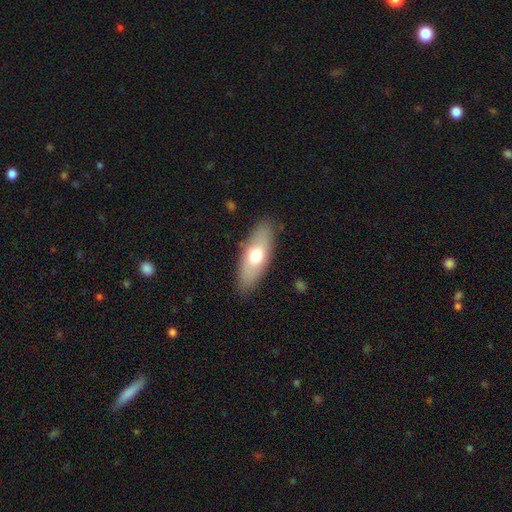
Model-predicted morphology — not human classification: Smooth or featured? Predicted: smooth (p=0.66). How rounded? Predicted: in between (p=0.74). Merging? Predicted: none (p=0.86).